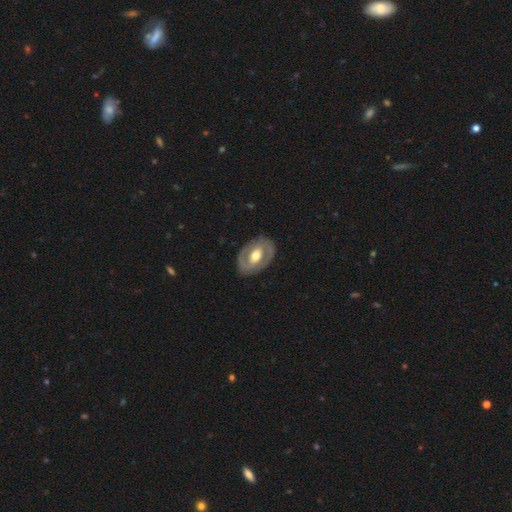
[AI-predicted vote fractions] Smooth or featured? Predicted: featured or disk (p=0.66). Edge-on disk? Predicted: no (p=0.94). Bar? Predicted: no (p=0.46). Spiral arms? Predicted: no (p=0.57). Bulge size? Predicted: moderate (p=0.65). Merging? Predicted: none (p=0.83).